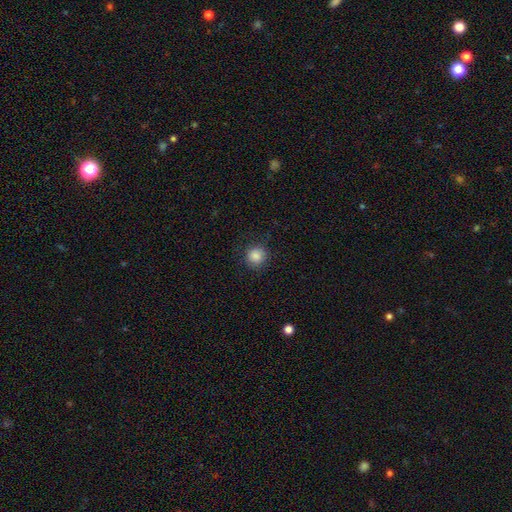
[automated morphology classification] Overall: smooth (86%). How rounded: round (92%). Merging: none (87%).